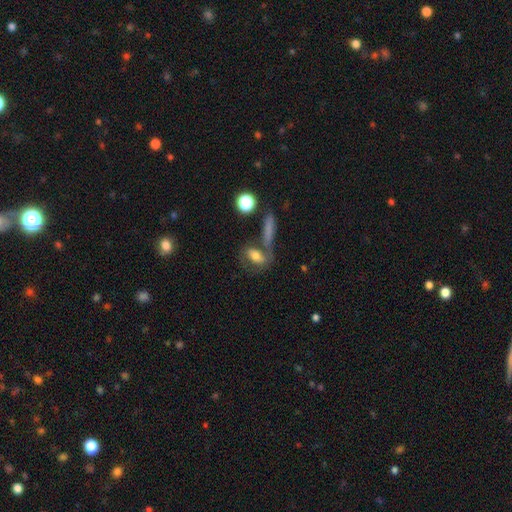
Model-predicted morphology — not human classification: Q: Smooth or featured?
A: smooth (64%); runner-up: featured or disk (26%)
Q: How rounded?
A: in between (73%); runner-up: round (14%)
Q: Merging?
A: none (46%); runner-up: merger (30%)